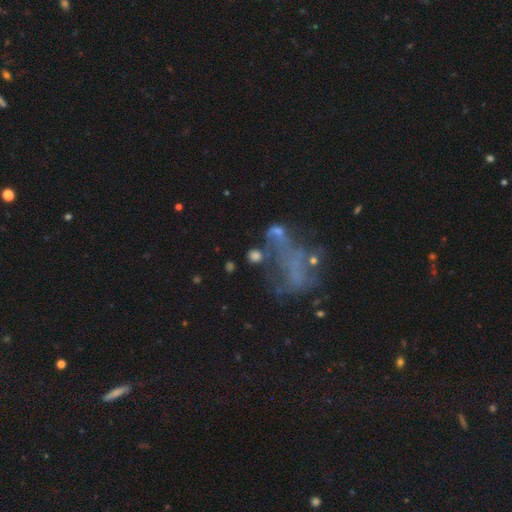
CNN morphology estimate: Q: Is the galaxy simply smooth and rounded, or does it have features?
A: smooth — 65%.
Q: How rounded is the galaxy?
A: round — 69%.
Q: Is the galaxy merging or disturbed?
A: none — 46%.